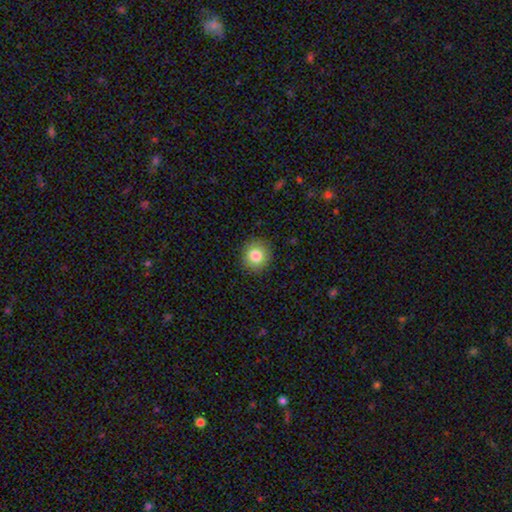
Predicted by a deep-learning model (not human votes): A smooth galaxy with no disk features (82%) that is round (91%).

Vote fractions:
- Smooth or featured? smooth: 82% / star or artifact: 10% / featured or disk: 8%
- How rounded? round: 91% / in between: 8% / cigar-shaped: 1%
- Merging? none: 90% / minor disturbance: 7% / major disturbance: 2% / merger: 1%